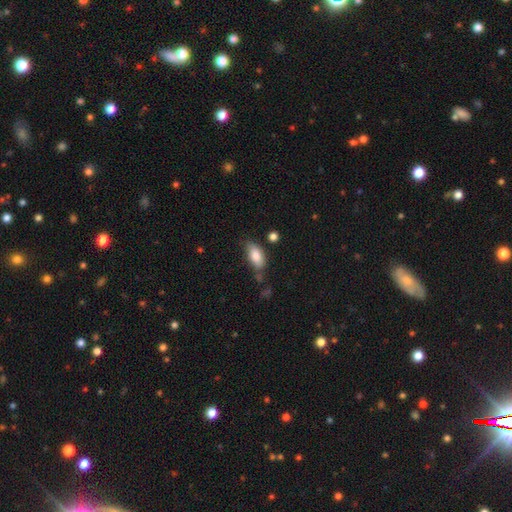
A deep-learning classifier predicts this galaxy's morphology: smooth-or-featured: smooth: 83% | featured or disk: 10% | star or artifact: 7%
  how-rounded: in between: 90% | cigar-shaped: 6% | round: 4%
  merging: none: 61% | minor disturbance: 27% | major disturbance: 7% | merger: 6%